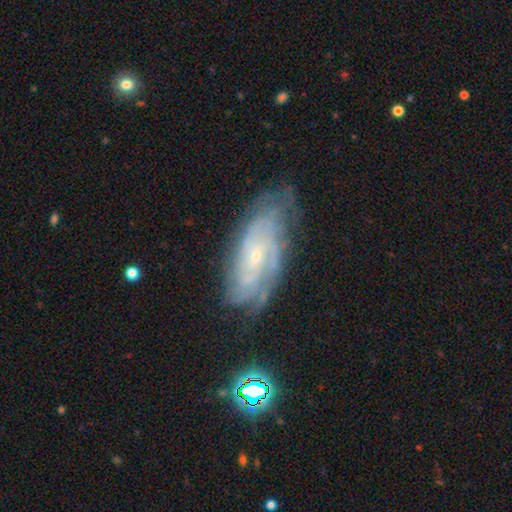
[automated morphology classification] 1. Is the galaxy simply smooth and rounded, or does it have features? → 80% featured or disk, 12% smooth, 8% star or artifact.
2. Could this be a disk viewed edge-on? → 92% no, 8% yes.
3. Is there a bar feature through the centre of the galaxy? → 65% no, 28% weak, 7% strong.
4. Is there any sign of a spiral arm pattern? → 94% yes, 6% no.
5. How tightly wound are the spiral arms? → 68% tight, 26% medium, 6% loose.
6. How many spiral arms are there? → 43% can't tell, 16% 2, 15% 4, 15% 3, 7% more than 4, 5% 1.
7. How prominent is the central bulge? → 81% small, 15% moderate, 3% none, 1% large, 1% dominant.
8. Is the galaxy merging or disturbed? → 69% none, 22% minor disturbance, 7% major disturbance, 2% merger.